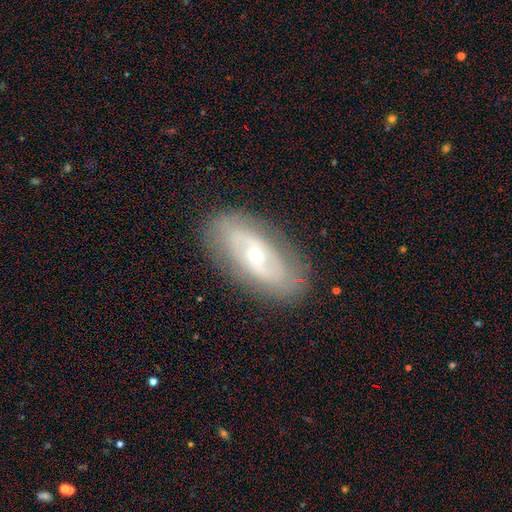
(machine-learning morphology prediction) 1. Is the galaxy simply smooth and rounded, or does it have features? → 69% featured or disk, 24% smooth, 7% star or artifact.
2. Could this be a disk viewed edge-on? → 89% no, 11% yes.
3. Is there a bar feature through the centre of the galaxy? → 67% no, 21% weak, 12% strong.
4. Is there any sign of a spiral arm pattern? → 53% no, 47% yes.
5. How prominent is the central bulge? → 54% small, 43% moderate, 2% large, 1% dominant, 1% none.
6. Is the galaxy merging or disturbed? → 82% none, 12% minor disturbance, 5% major disturbance, 1% merger.